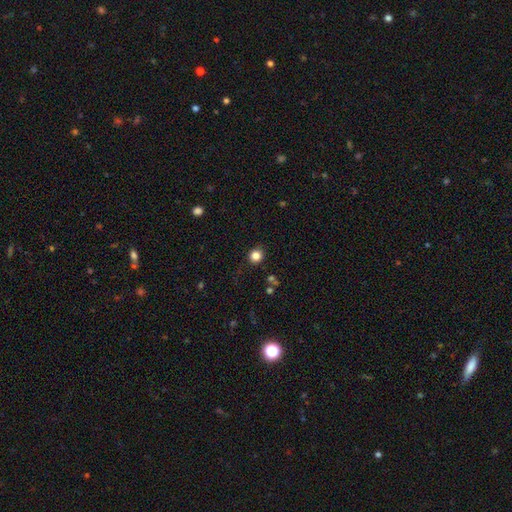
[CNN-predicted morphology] A smooth galaxy with no disk features (83%) that is round (87%).

Vote fractions:
- Smooth or featured? smooth: 83% / star or artifact: 12% / featured or disk: 5%
- How rounded? round: 87% / in between: 12% / cigar-shaped: 1%
- Merging? none: 89% / minor disturbance: 7% / major disturbance: 2% / merger: 2%